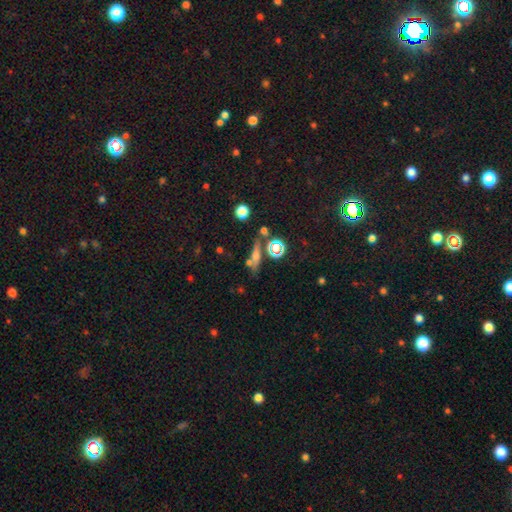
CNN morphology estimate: smooth-or-featured: smooth: 46% | featured or disk: 27% | star or artifact: 27%
  merging: none: 66% | merger: 14% | minor disturbance: 13% | major disturbance: 7%